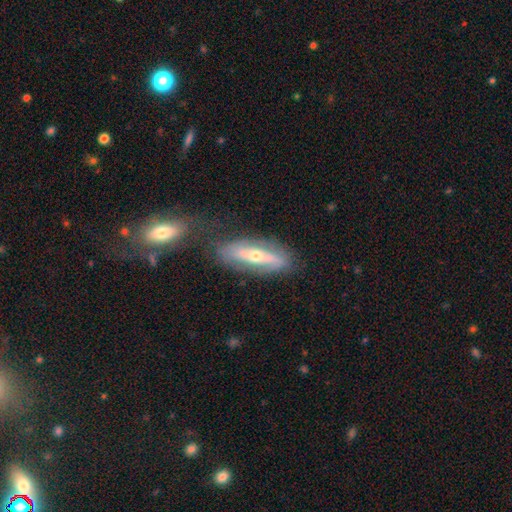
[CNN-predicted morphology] featured or disk 66%, smooth 27%, star or artifact 7%. Down the decision tree: edge-on disk — no (70%); merging — none (64%).